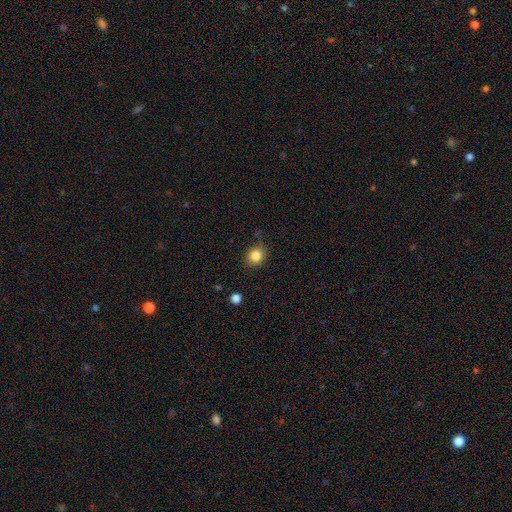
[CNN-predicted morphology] Smooth or featured: smooth — 84% (star or artifact — 10%)
How rounded: round — 66% (in between — 33%)
Merging: none — 82% (minor disturbance — 13%)